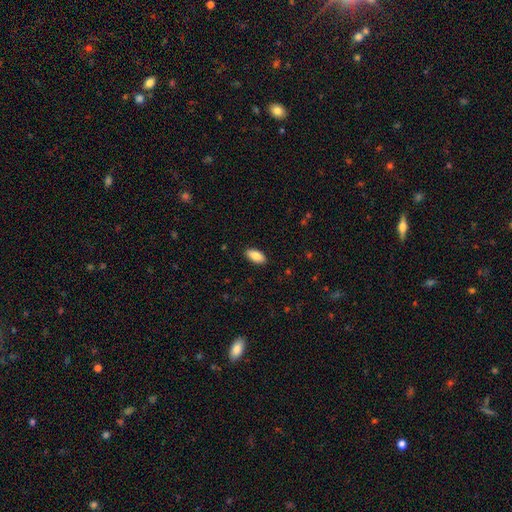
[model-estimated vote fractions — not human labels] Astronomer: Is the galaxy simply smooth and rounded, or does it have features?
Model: smooth — 84%.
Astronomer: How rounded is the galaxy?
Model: in between — 91%.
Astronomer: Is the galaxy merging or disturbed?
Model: none — 90%.